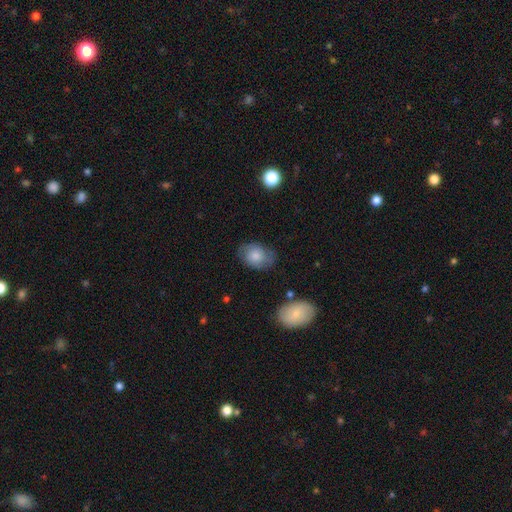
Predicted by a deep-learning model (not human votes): The model was most divided on "smooth or featured": smooth: 67%, featured or disk: 26%, star or artifact: 7%. More confident: how rounded — in between (73%); merging — none (69%).